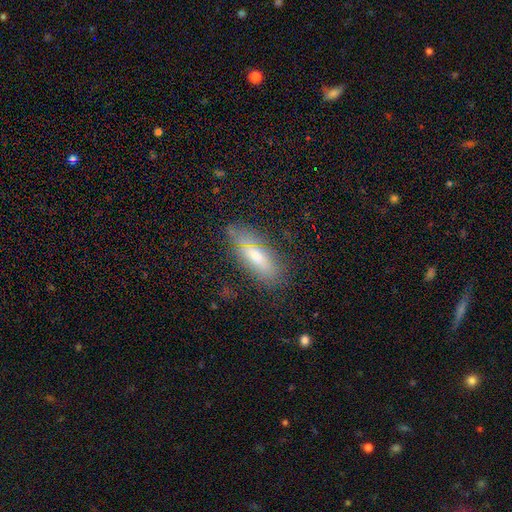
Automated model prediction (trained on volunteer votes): Smooth or featured?
  - smooth: 64% *
  - featured or disk: 25%
  - star or artifact: 10%
How rounded?
  - in between: 62% *
  - cigar-shaped: 34%
  - round: 3%
Merging?
  - none: 78% *
  - minor disturbance: 16%
  - major disturbance: 5%
  - merger: 2%